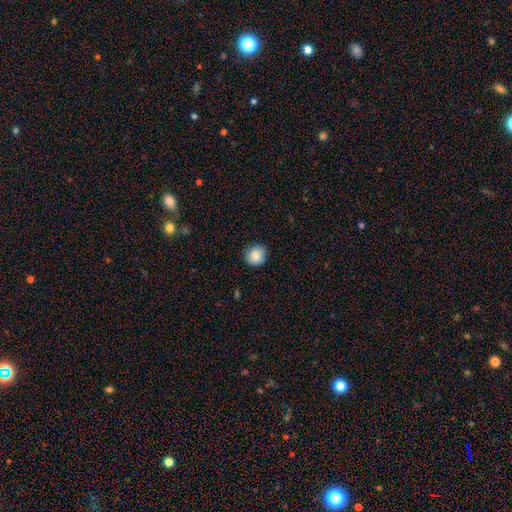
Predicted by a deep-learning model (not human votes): smooth_or_featured: smooth (p=0.83) [alt: featured or disk p=0.09]
how_rounded: round (p=0.85) [alt: in between p=0.15]
merging: none (p=0.81) [alt: minor disturbance p=0.15]